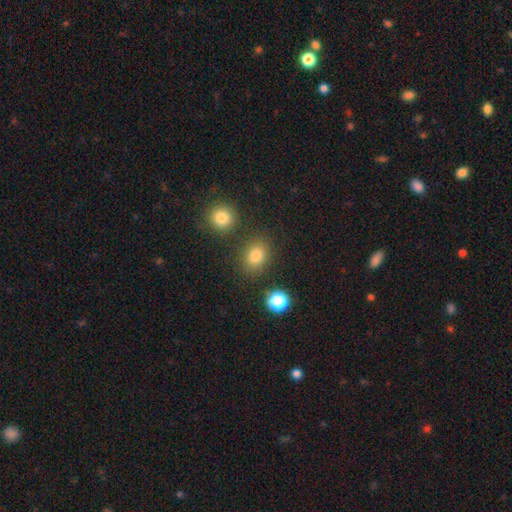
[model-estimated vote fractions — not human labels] Smooth or featured? smooth (79%)
How rounded? in between (57%)
Merging? none (80%)